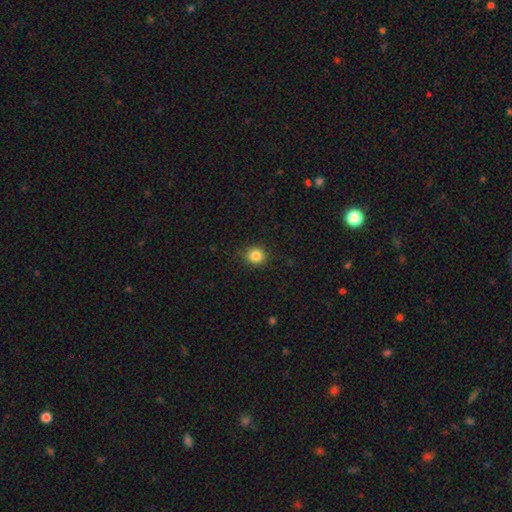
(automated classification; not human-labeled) Smooth or featured? Predicted: smooth (p=0.84). How rounded? Predicted: round (p=0.85). Merging? Predicted: none (p=0.88).